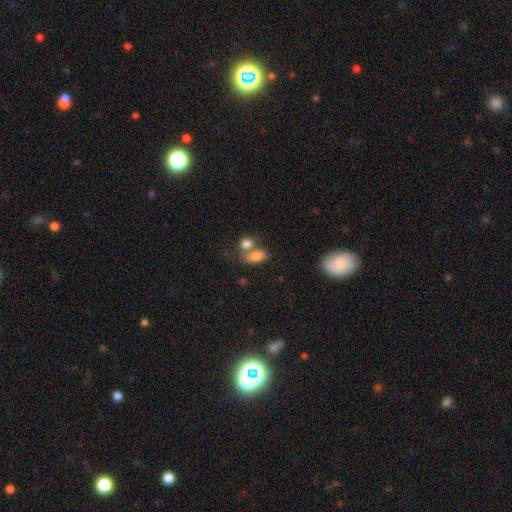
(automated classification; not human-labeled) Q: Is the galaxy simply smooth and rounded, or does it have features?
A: smooth — 79%.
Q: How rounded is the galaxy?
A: in between — 82%.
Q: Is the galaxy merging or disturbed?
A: merger — 50%.